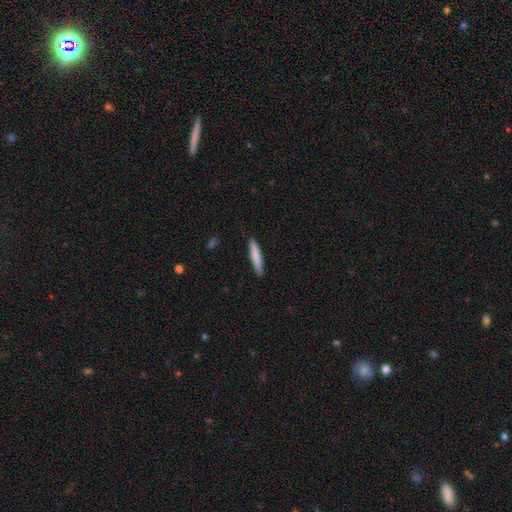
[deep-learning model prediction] The model was most divided on "smooth or featured": smooth: 79%, featured or disk: 16%, star or artifact: 5%. More confident: how rounded — cigar-shaped (93%); merging — none (89%).